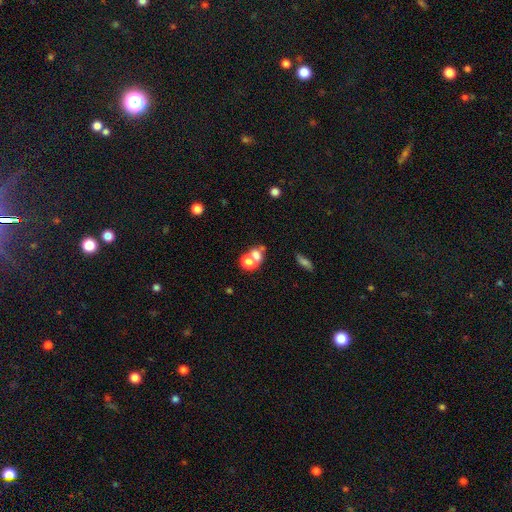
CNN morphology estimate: type=smooth (70%); roundness=in between (59%); merging=merger (57%).